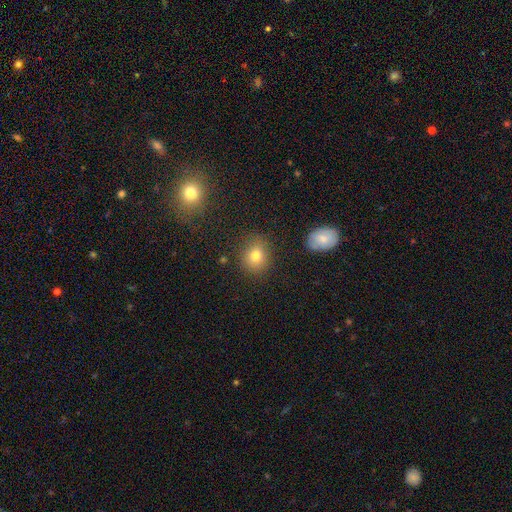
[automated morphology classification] A smooth galaxy with no disk features (80%) that is round (68%). Merging: none (83%).